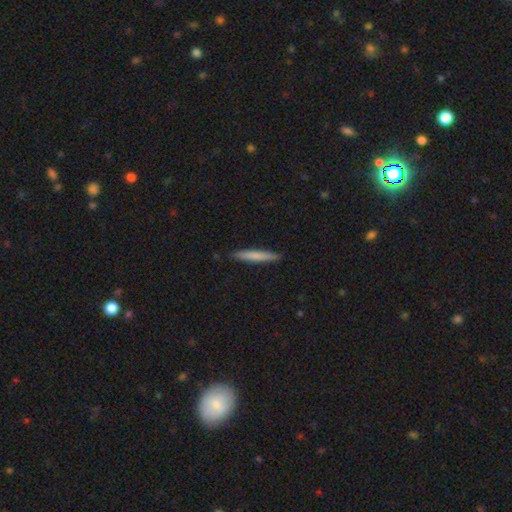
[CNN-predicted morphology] Smooth or featured?
  - smooth: 72% *
  - featured or disk: 23%
  - star or artifact: 5%
How rounded?
  - cigar-shaped: 95% *
  - in between: 4%
  - round: 1%
Merging?
  - none: 90% *
  - minor disturbance: 7%
  - major disturbance: 1%
  - merger: 1%